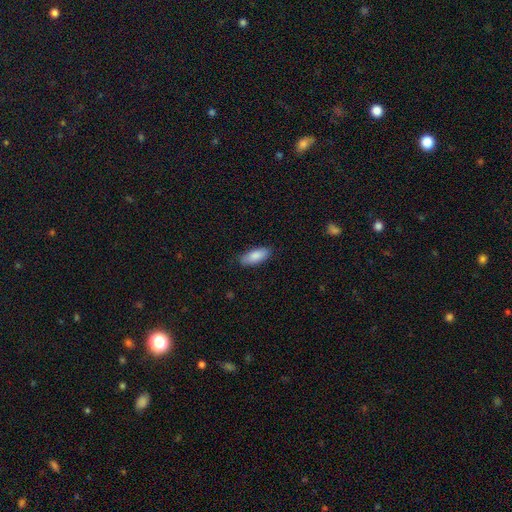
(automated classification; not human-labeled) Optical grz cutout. It shows a smooth galaxy with no disk features (87%) that is in between round and cigar-shaped (81%). Merging: none (84%).